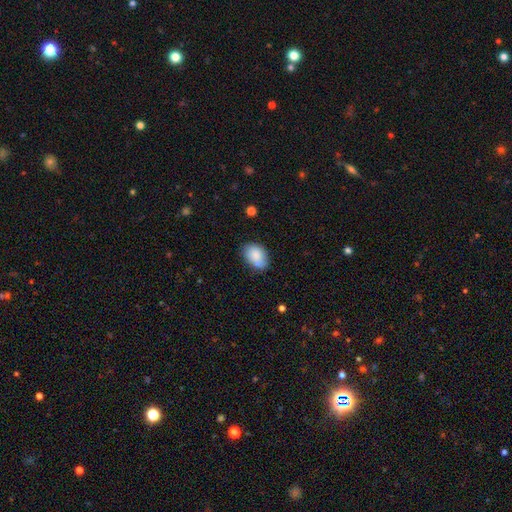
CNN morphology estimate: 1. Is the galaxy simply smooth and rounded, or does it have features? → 82% smooth, 10% featured or disk, 7% star or artifact.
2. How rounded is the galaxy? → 84% in between, 15% round, 1% cigar-shaped.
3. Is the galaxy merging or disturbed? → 68% none, 23% minor disturbance, 5% merger, 5% major disturbance.